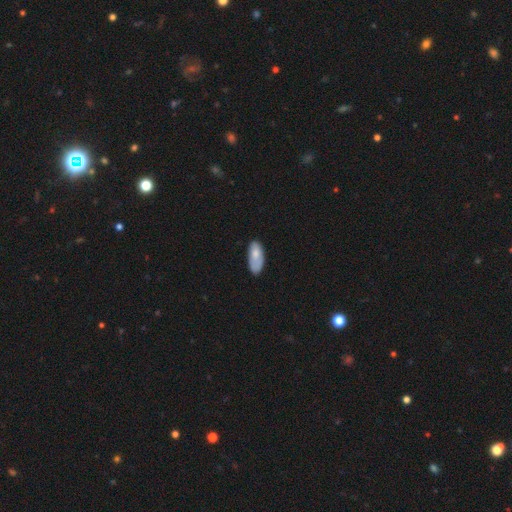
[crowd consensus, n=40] This is clearly a smooth galaxy (88%). How rounded: clearly in between (86%). Merging: possibly none (59%).